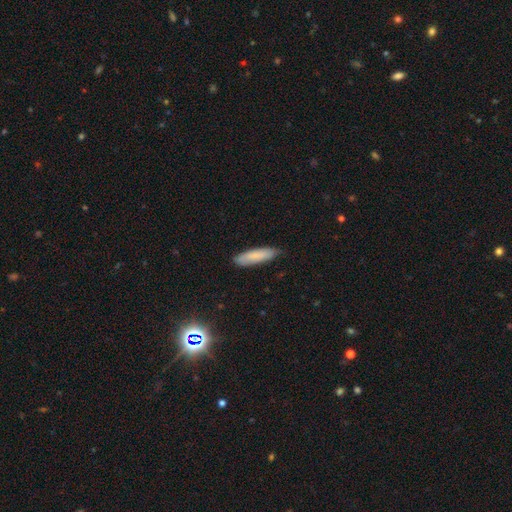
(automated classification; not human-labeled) smooth-or-featured: smooth: 82% | featured or disk: 11% | star or artifact: 7%
  how-rounded: cigar-shaped: 72% | in between: 27% | round: 1%
  merging: none: 81% | minor disturbance: 15% | major disturbance: 2% | merger: 1%